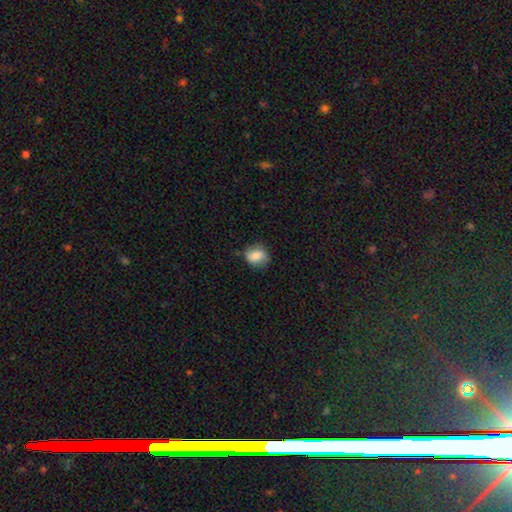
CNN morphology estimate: This is likely a smooth galaxy (75%). How rounded: likely round (63%). Merging: likely none (73%).